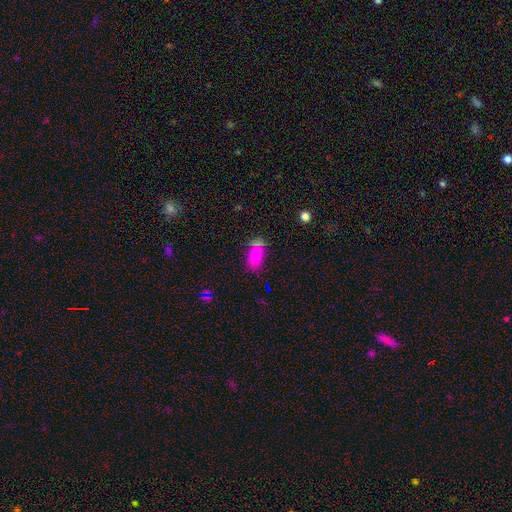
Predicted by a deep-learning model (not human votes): Smooth or featured? Predicted: smooth (p=0.78). How rounded? Predicted: in between (p=0.88). Merging? Predicted: none (p=0.61).